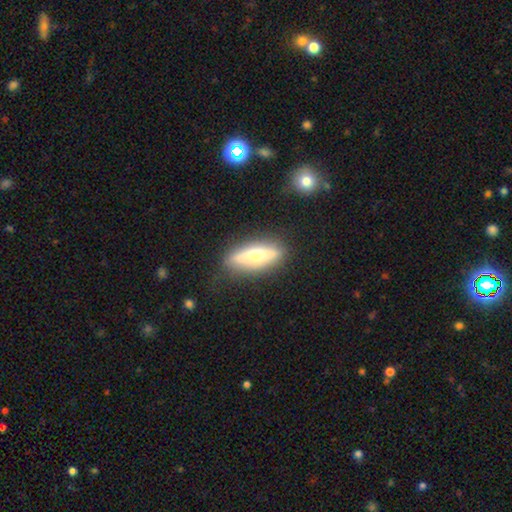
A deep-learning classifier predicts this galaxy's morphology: Overall: featured or disk (50%; smooth 43%). Edge-on disk: yes (85%). Merging: none (83%).